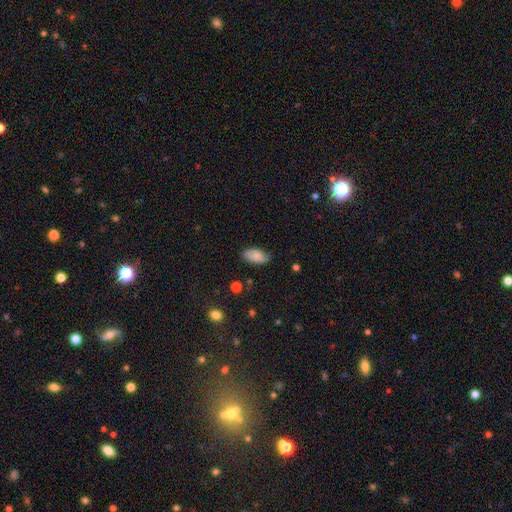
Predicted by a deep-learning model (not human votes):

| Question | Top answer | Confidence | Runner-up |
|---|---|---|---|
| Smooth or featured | smooth | 76% | featured or disk (16%) |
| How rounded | in between | 93% | cigar-shaped (4%) |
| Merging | none | 75% | minor disturbance (19%) |